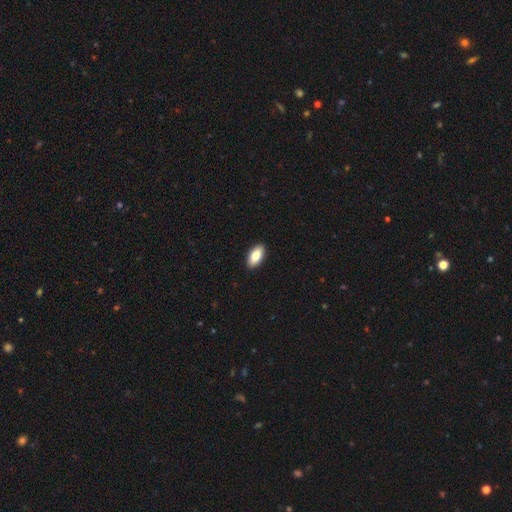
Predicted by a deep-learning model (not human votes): smooth-or-featured: smooth: 84% | featured or disk: 10% | star or artifact: 6%
  how-rounded: in between: 91% | cigar-shaped: 6% | round: 3%
  merging: none: 91% | minor disturbance: 7% | major disturbance: 2% | merger: 1%